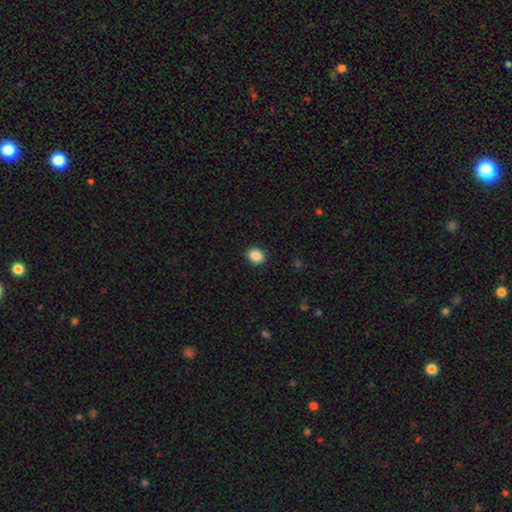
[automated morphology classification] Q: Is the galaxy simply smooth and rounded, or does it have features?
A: smooth — 88%.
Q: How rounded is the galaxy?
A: round — 54%.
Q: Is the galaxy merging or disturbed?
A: none — 91%.